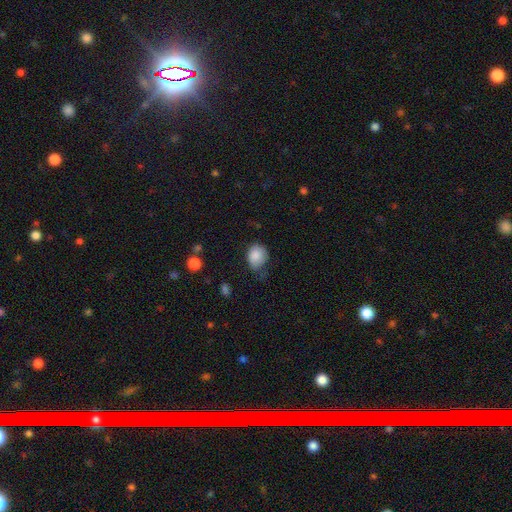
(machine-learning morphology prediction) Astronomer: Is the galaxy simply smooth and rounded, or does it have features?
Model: smooth — 85%.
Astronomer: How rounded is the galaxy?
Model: round — 55% (runner-up: in between, 44%).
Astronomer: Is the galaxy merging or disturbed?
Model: none — 51% (runner-up: minor disturbance, 36%).